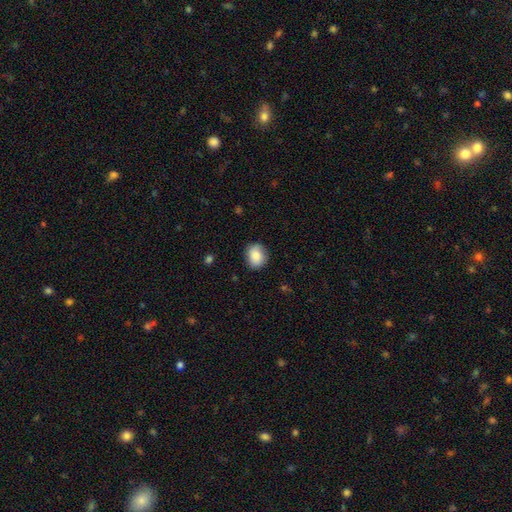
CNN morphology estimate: Smooth or featured?
  - smooth: 85% *
  - featured or disk: 7%
  - star or artifact: 7%
How rounded?
  - round: 59% *
  - in between: 40%
  - cigar-shaped: 1%
Merging?
  - none: 84% *
  - minor disturbance: 12%
  - major disturbance: 3%
  - merger: 1%